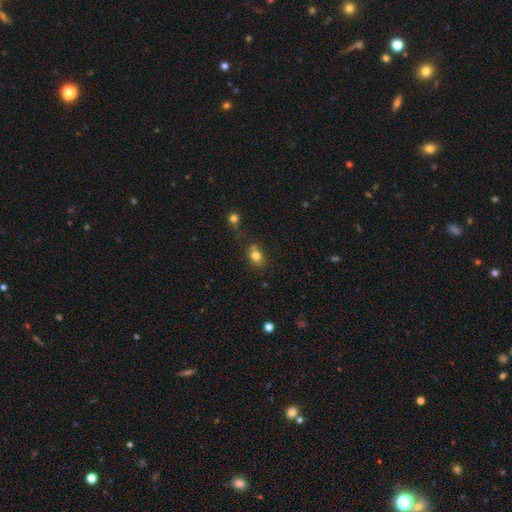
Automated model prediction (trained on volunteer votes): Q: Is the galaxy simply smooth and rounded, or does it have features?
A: smooth — 78%.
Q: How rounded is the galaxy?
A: in between — 58%.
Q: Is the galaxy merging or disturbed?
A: none — 57%.